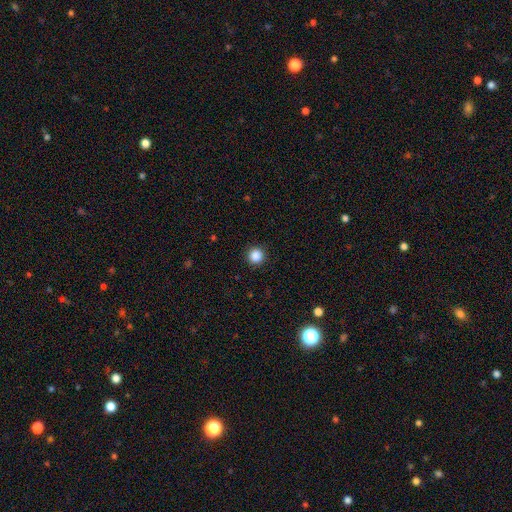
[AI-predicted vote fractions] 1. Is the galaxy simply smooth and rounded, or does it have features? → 87% smooth, 10% star or artifact, 3% featured or disk.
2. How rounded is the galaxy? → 95% round, 4% in between, 1% cigar-shaped.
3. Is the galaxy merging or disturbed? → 92% none, 5% minor disturbance, 2% major disturbance, 1% merger.